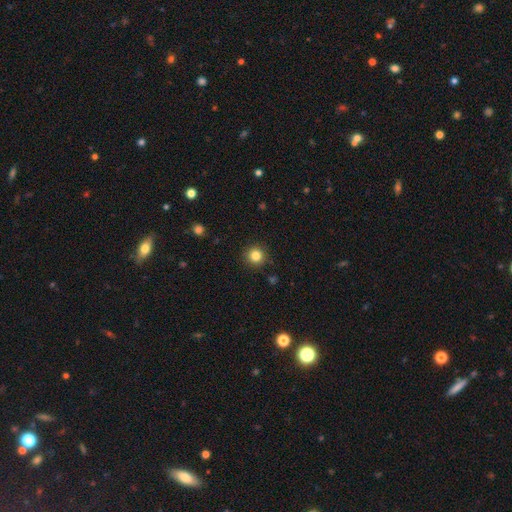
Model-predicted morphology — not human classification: This appears to be a smooth galaxy with no disk features (83%) that is round (94%). Merging: none (91%).